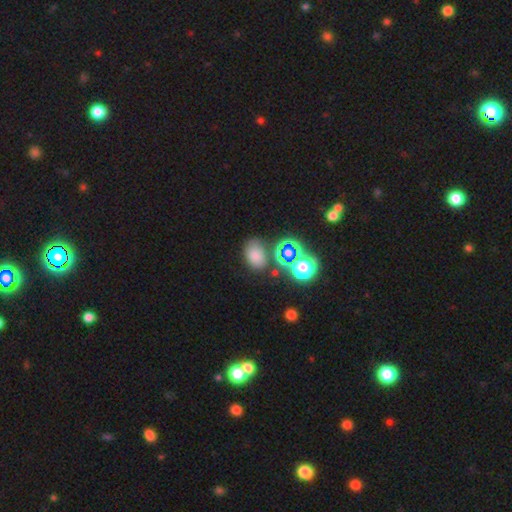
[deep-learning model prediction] Q: Smooth or featured?
A: smooth (67%); runner-up: star or artifact (23%)
Q: How rounded?
A: in between (70%); runner-up: round (28%)
Q: Merging?
A: none (72%); runner-up: minor disturbance (15%)